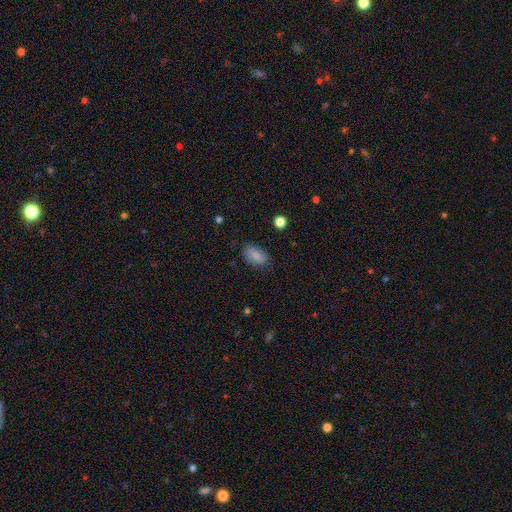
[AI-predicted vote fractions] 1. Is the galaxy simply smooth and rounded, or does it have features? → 82% smooth, 10% featured or disk, 8% star or artifact.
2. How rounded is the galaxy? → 91% in between, 7% round, 2% cigar-shaped.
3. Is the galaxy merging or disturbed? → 78% none, 17% minor disturbance, 4% major disturbance, 1% merger.